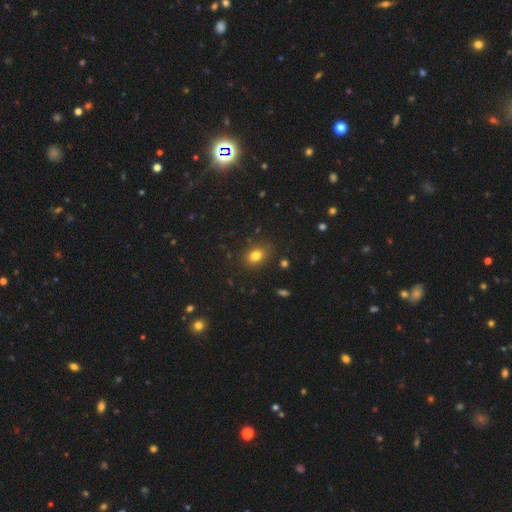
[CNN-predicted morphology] The model was most divided on "how rounded": in between: 63%, round: 36%, cigar-shaped: 1%. More confident: merging — none (84%); smooth or featured — smooth (80%).